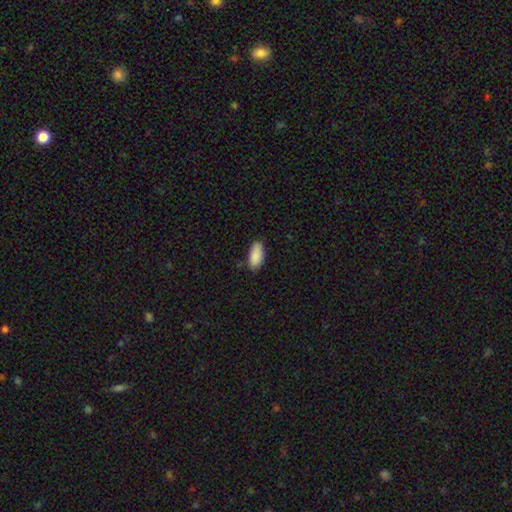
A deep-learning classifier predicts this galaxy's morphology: The model was most divided on "merging": none: 80%, minor disturbance: 16%, major disturbance: 3%, merger: 2%. More confident: how rounded — in between (91%); smooth or featured — smooth (90%).